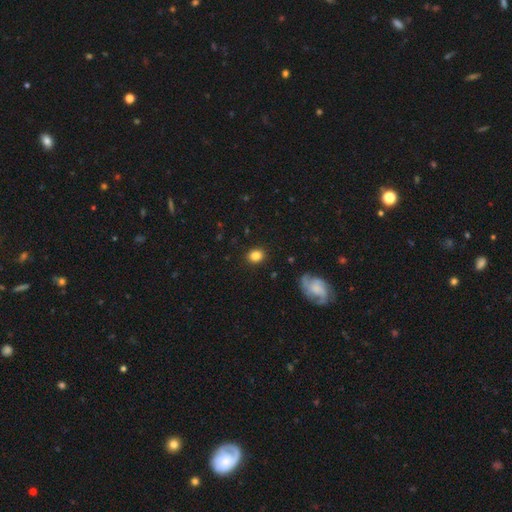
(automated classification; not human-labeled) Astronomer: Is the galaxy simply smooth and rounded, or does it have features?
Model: smooth — 83%.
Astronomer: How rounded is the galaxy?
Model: round — 63%.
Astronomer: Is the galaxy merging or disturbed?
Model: none — 88%.